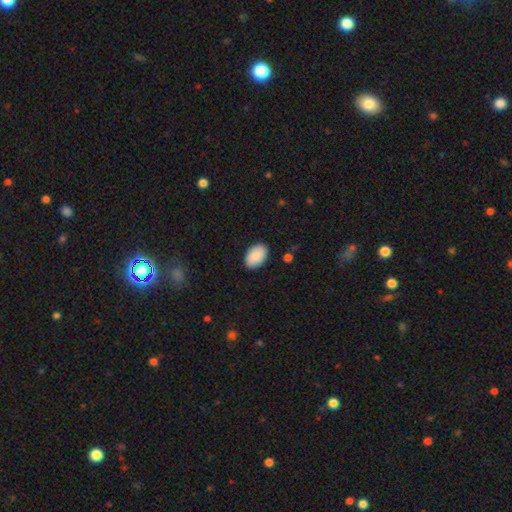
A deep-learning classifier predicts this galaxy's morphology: Smooth or featured? Predicted: smooth (p=0.90). How rounded? Predicted: in between (p=0.91). Merging? Predicted: none (p=0.88).